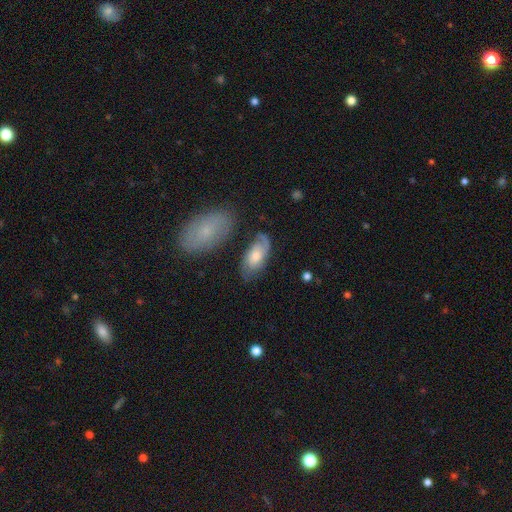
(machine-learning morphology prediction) This appears to be a featured or disk galaxy (56%) with no bar (71%), spiral arms (83%) and a moderate central bulge (51%). Merging: none (66%).